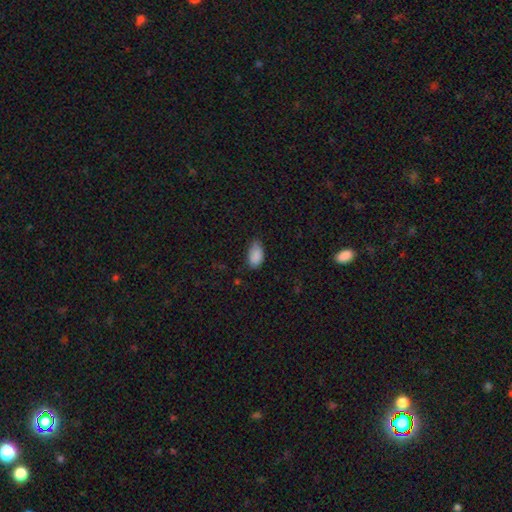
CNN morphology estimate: smooth-or-featured: smooth: 88% | star or artifact: 8% | featured or disk: 4%
  how-rounded: in between: 94% | round: 4% | cigar-shaped: 2%
  merging: none: 66% | minor disturbance: 28% | major disturbance: 5% | merger: 1%